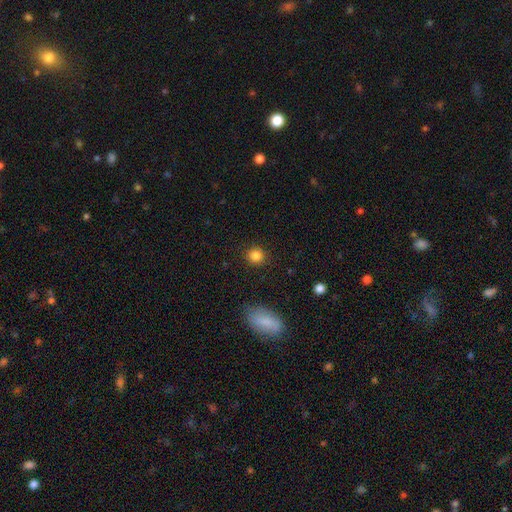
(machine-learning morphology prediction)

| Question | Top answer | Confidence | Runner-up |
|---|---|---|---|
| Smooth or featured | smooth | 85% | star or artifact (10%) |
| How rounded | round | 88% | in between (11%) |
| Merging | none | 89% | minor disturbance (7%) |